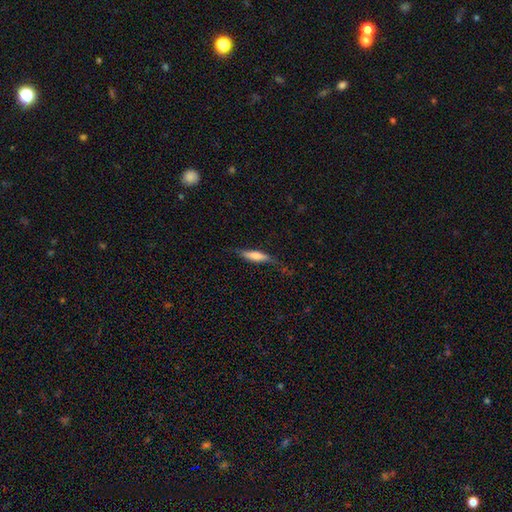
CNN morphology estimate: type=smooth (60%); roundness=cigar-shaped (73%); merging=none (64%).